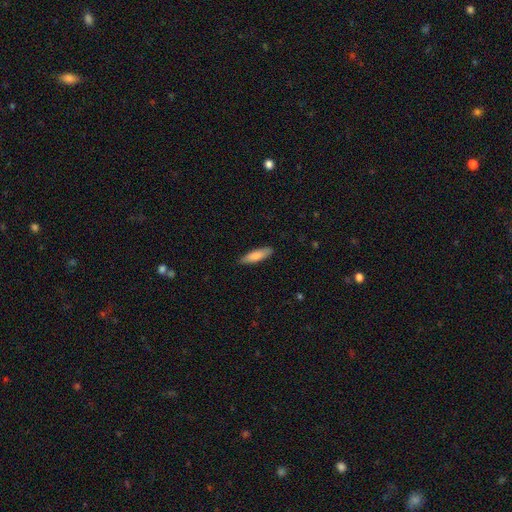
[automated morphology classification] type=smooth (82%); roundness=cigar-shaped (61%); merging=none (86%).